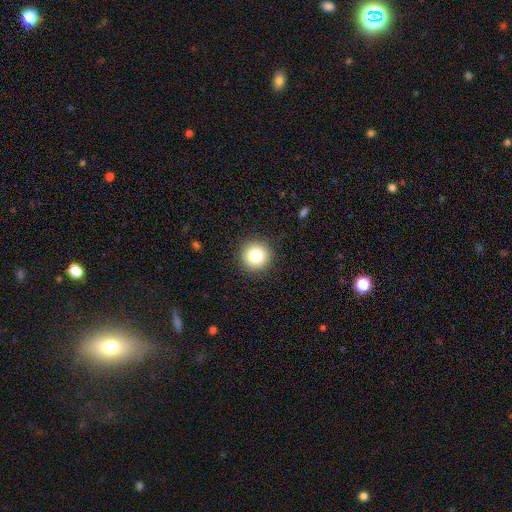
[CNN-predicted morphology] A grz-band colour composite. It shows a smooth galaxy with no disk features (81%) that is round (96%). Merging: none (92%).